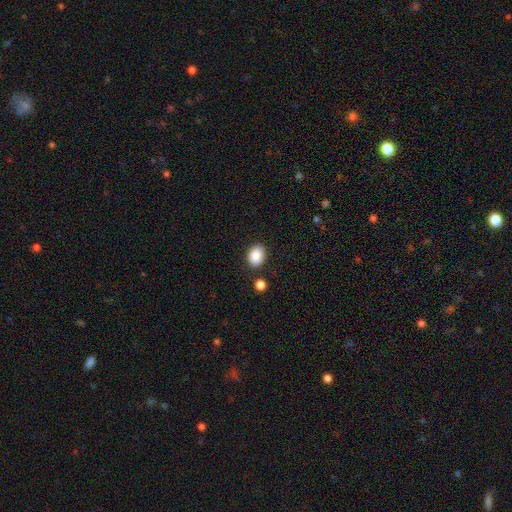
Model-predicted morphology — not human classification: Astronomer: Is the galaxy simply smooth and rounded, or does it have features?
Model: smooth — 88%.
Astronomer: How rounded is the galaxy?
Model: in between — 64%.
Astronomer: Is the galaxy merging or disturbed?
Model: none — 85%.